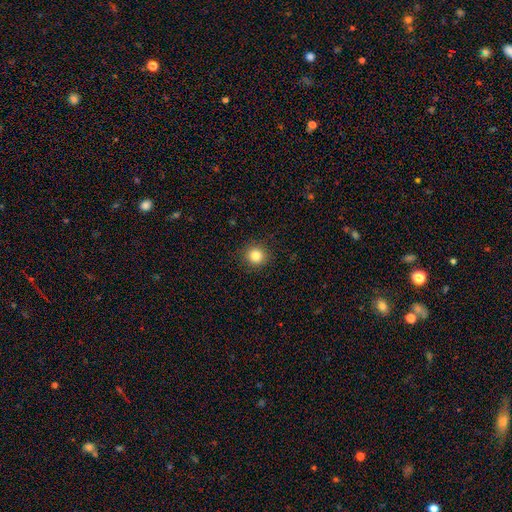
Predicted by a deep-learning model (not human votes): Q: Smooth or featured?
A: smooth (83%); runner-up: star or artifact (11%)
Q: How rounded?
A: round (91%); runner-up: in between (8%)
Q: Merging?
A: none (91%); runner-up: minor disturbance (6%)